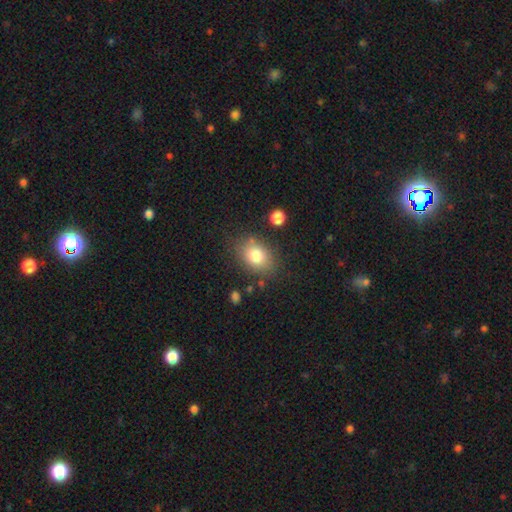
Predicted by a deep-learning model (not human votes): Overall: smooth (79%). How rounded: in between (69%). Merging: none (78%).